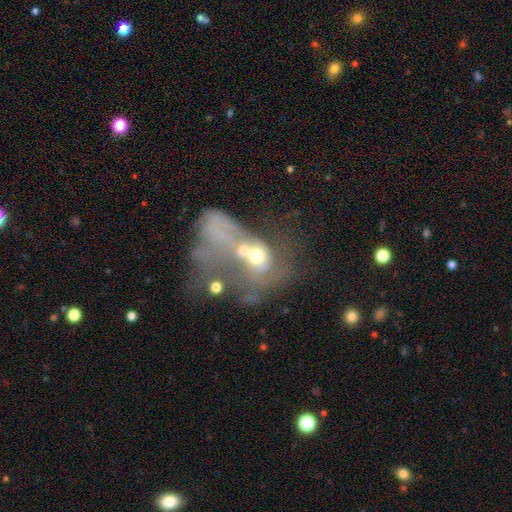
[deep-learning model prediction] This is possibly a featured or disk galaxy (50%). Merging: likely merger (63%).